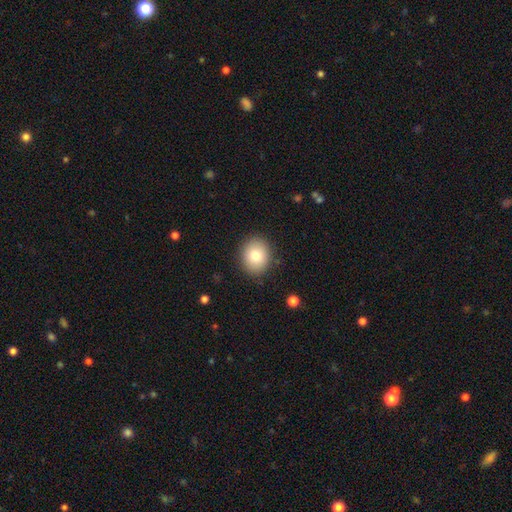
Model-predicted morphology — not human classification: Overall: smooth (79%). How rounded: round (61%; in between 38%). Merging: none (88%).